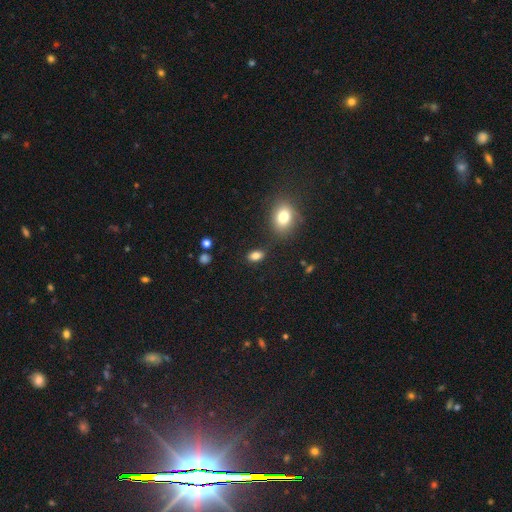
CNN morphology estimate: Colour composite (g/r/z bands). It shows a smooth galaxy with no disk features (82%) that is in between round and cigar-shaped (87%). Merging: none (82%).